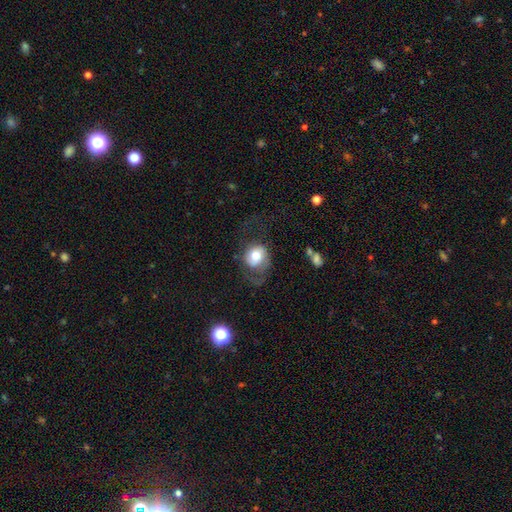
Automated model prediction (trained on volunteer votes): smooth_or_featured: smooth (p=0.56) [alt: featured or disk p=0.36]
how_rounded: round (p=0.66) [alt: in between p=0.33]
merging: none (p=0.41) [alt: major disturbance p=0.36]